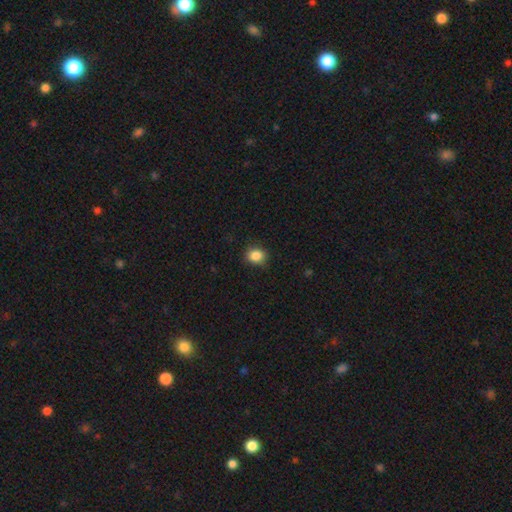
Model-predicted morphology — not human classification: The model was most divided on "how rounded": round: 64%, in between: 35%, cigar-shaped: 1%. More confident: smooth or featured — smooth (86%); merging — none (85%).